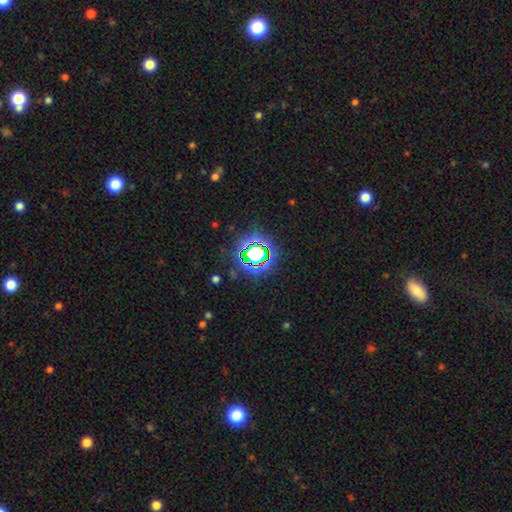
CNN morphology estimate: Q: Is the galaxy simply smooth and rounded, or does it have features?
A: star or artifact — 65%.